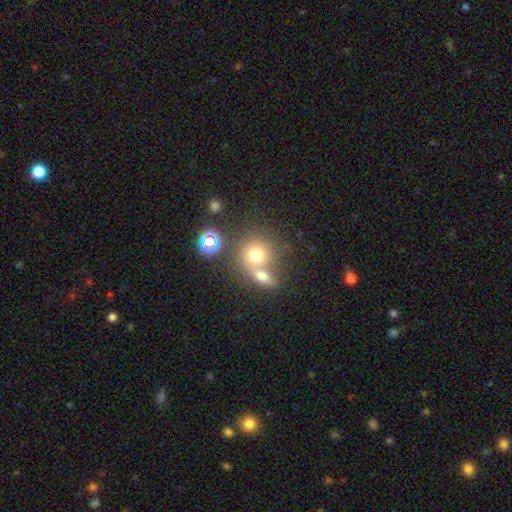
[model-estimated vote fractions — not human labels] This is likely a smooth galaxy (68%). How rounded: clearly round (82%). Merging: marginally merger (45%).